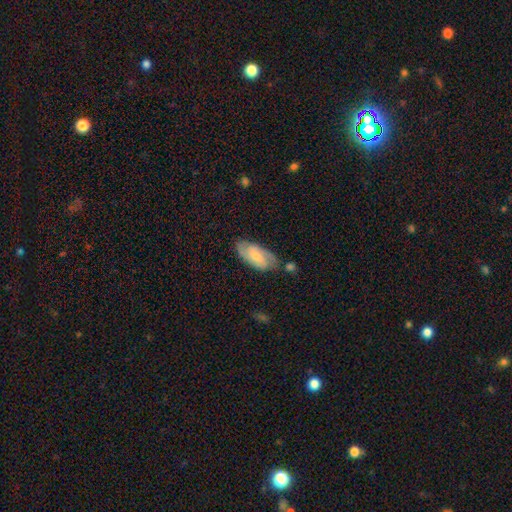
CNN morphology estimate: This is possibly a featured or disk galaxy (55%). It is clearly not viewed edge-on (92%). Bar: possibly weak (45%). Spiral arm pattern: clearly yes (88%). Central bulge: possibly small (56%). Merging: likely none (72%).